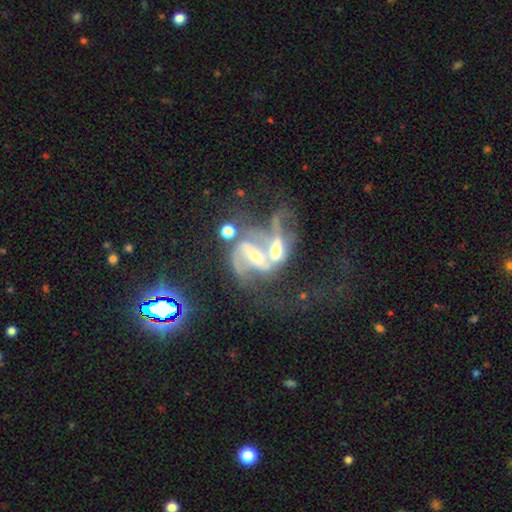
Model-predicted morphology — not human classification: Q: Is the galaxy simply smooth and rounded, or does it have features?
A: featured or disk — 82%.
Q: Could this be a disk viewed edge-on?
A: no — 95%.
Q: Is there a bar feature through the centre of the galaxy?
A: strong — 47%.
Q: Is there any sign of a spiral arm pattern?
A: yes — 88%.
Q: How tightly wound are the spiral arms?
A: loose — 48%.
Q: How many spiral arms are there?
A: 2 — 76%.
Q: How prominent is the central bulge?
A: moderate — 45%, tied with small.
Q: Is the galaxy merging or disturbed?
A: merger — 59%.